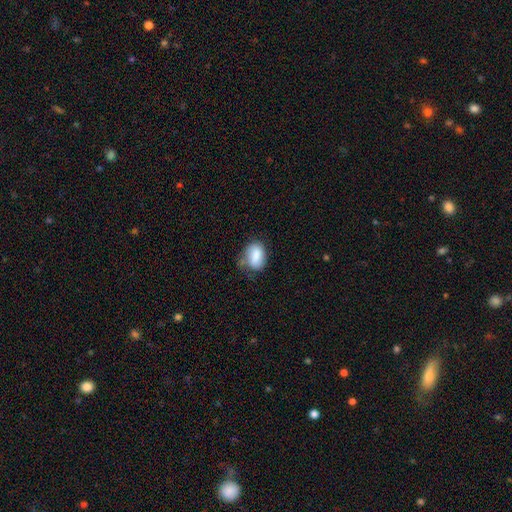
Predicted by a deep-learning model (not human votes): This is likely a smooth galaxy (80%). How rounded: likely in between (79%). Merging: marginally none (44%).